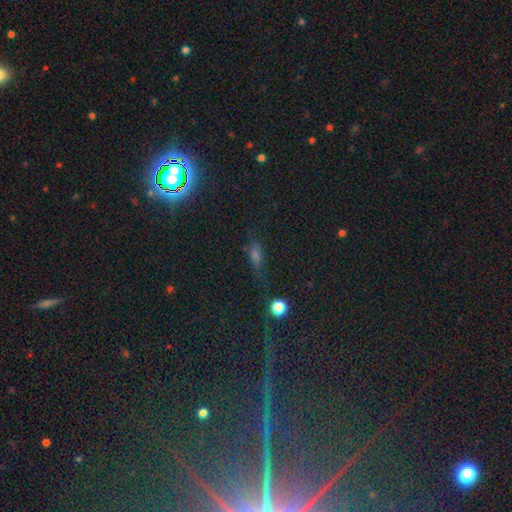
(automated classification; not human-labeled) Smooth or featured? Predicted: smooth (p=0.48). Merging? Predicted: none (p=0.63).